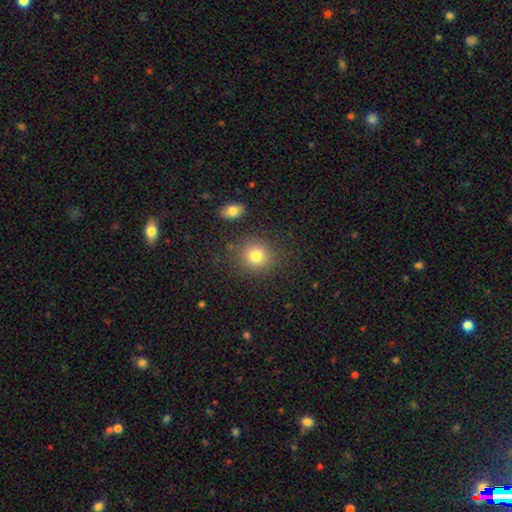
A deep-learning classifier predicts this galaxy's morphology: Smooth or featured?
  - smooth: 81% *
  - star or artifact: 12%
  - featured or disk: 8%
How rounded?
  - round: 85% *
  - in between: 14%
  - cigar-shaped: 1%
Merging?
  - none: 83% *
  - minor disturbance: 9%
  - major disturbance: 4%
  - merger: 4%